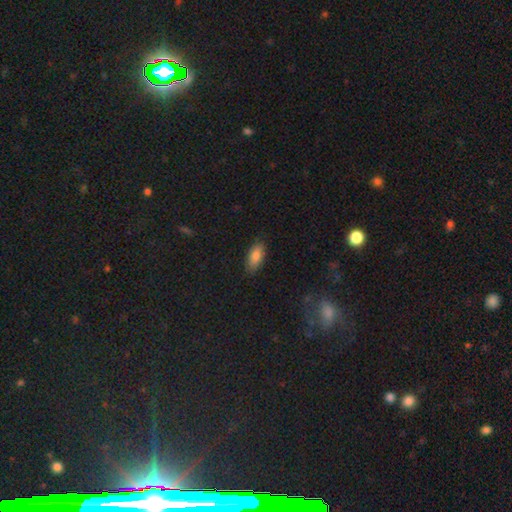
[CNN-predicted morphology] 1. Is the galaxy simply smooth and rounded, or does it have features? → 86% smooth, 7% star or artifact, 7% featured or disk.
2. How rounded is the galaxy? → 88% in between, 10% cigar-shaped, 2% round.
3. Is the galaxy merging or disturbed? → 82% none, 14% minor disturbance, 3% major disturbance, 1% merger.